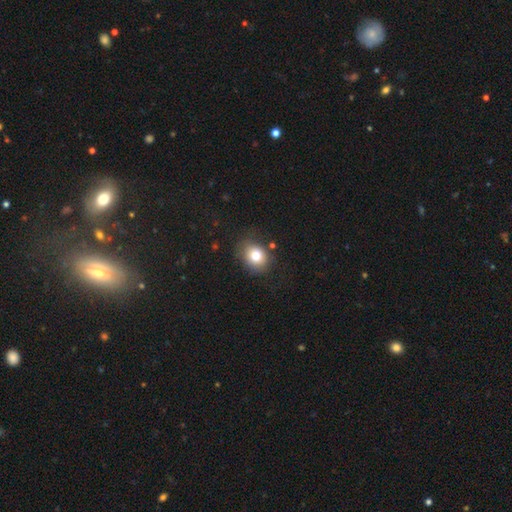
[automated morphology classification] The model was most divided on "how rounded": round: 66%, in between: 33%, cigar-shaped: 1%. More confident: smooth or featured — smooth (78%); merging — none (77%).